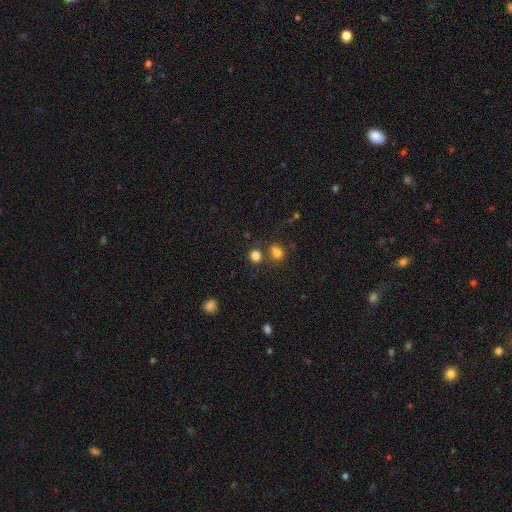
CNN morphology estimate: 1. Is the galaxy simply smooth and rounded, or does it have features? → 81% smooth, 14% star or artifact, 5% featured or disk.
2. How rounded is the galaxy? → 76% round, 23% in between, 1% cigar-shaped.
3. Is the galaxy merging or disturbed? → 66% none, 20% merger, 10% minor disturbance, 4% major disturbance.